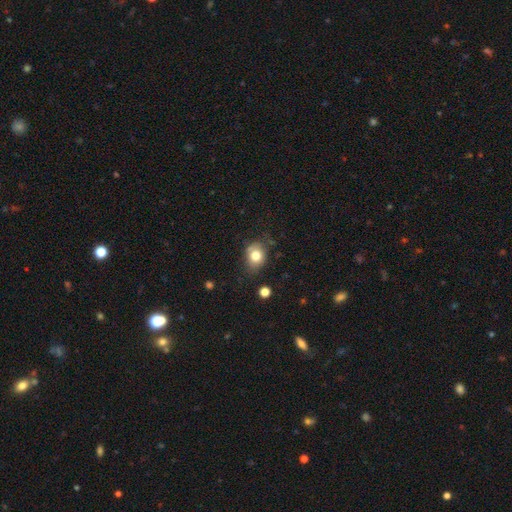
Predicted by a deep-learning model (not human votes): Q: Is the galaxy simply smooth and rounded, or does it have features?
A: smooth — 77%.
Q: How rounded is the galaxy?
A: in between — 52%.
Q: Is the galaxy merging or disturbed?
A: none — 66%.